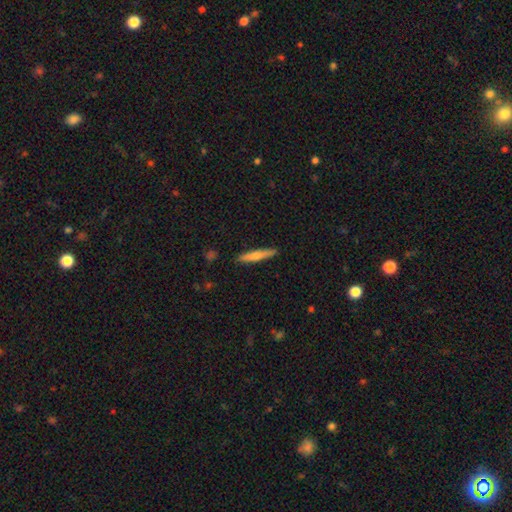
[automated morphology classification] smooth-or-featured: smooth: 60% | featured or disk: 34% | star or artifact: 6%
  how-rounded: cigar-shaped: 93% | in between: 6% | round: 2%
  merging: none: 90% | minor disturbance: 7% | major disturbance: 1% | merger: 1%